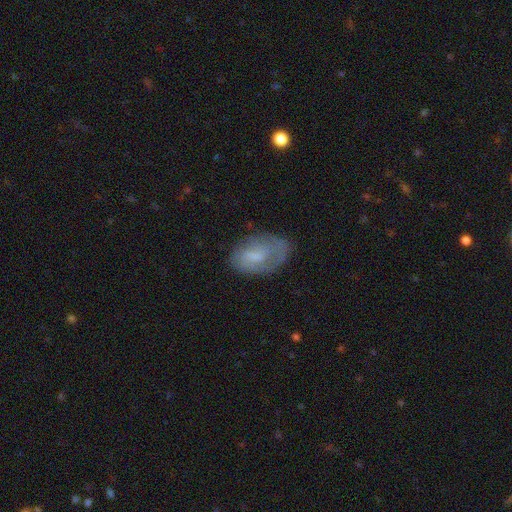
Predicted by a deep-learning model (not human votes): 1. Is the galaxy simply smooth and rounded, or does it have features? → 51% smooth, 41% featured or disk, 8% star or artifact.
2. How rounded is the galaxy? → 90% in between, 7% round, 3% cigar-shaped.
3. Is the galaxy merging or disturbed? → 58% none, 27% minor disturbance, 14% major disturbance, 2% merger.